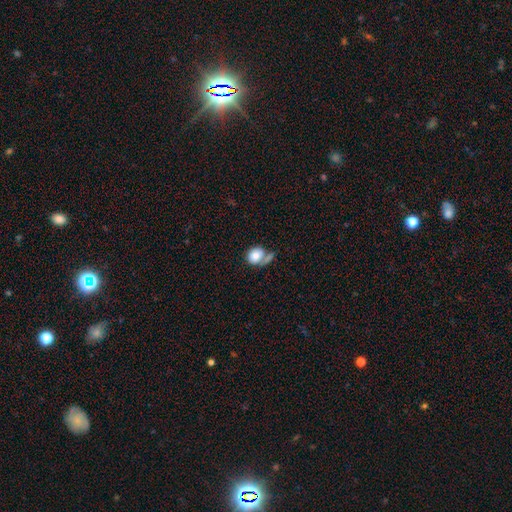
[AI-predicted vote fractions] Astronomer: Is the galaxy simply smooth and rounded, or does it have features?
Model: smooth — 77%.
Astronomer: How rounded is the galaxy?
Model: round — 62%.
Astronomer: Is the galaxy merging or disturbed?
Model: none — 39% (runner-up: merger, 31%).